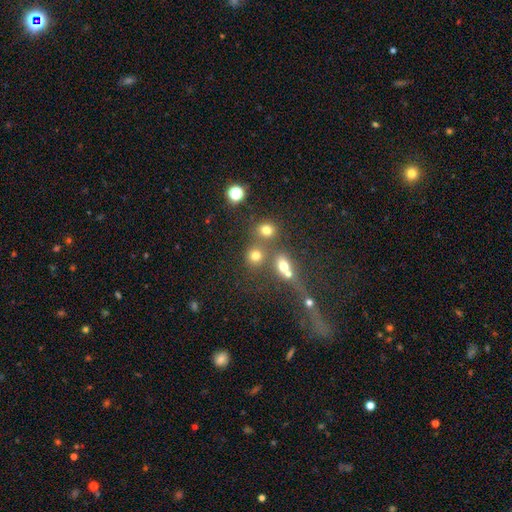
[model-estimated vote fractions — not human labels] smooth 73%, star or artifact 17%, featured or disk 10%. Down the decision tree: how rounded — round (82%); merging — none (55%).